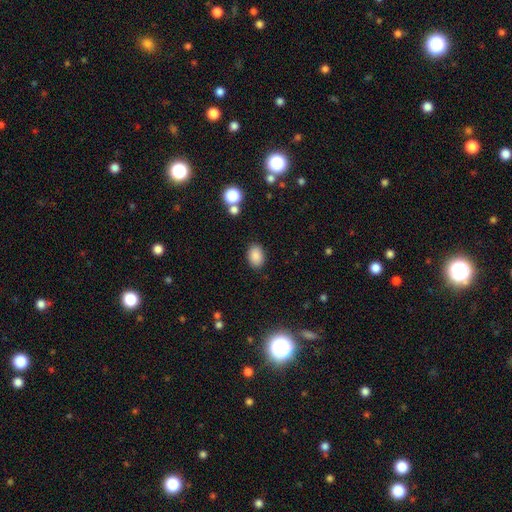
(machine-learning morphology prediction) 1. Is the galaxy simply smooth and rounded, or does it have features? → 86% smooth, 9% star or artifact, 5% featured or disk.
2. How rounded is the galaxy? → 85% in between, 14% round, 1% cigar-shaped.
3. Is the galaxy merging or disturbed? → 86% none, 9% minor disturbance, 3% major disturbance, 2% merger.